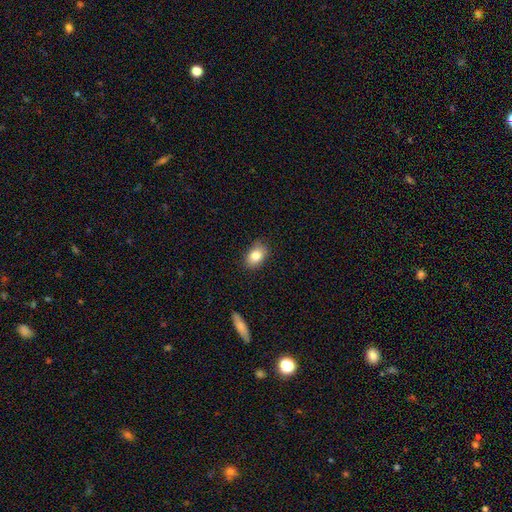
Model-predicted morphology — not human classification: Smooth or featured: smooth — 84% (featured or disk — 9%)
How rounded: in between — 83% (round — 15%)
Merging: none — 84% (minor disturbance — 13%)